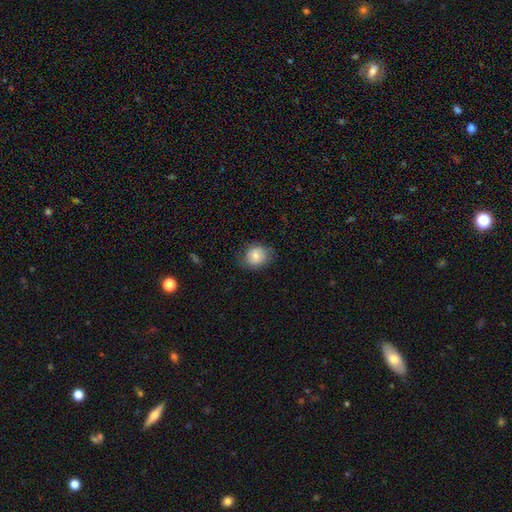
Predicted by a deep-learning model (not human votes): A smooth galaxy with no disk features (74%) that is round (68%).

Vote fractions:
- Smooth or featured? smooth: 74% / featured or disk: 18% / star or artifact: 8%
- How rounded? round: 68% / in between: 31% / cigar-shaped: 1%
- Merging? none: 75% / minor disturbance: 18% / major disturbance: 6% / merger: 1%